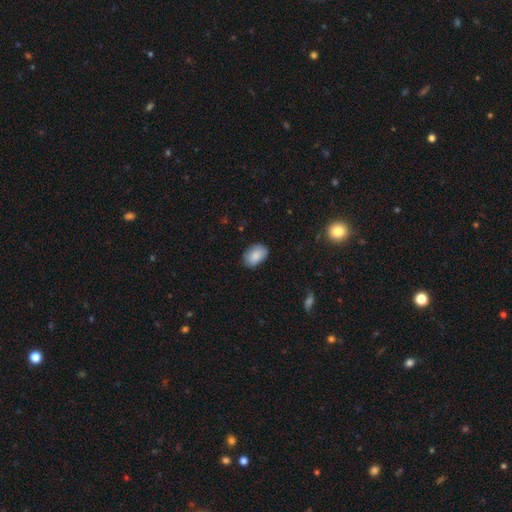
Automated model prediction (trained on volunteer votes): This appears to be a smooth galaxy with no disk features (86%) that is in between round and cigar-shaped (89%). Merging: none (79%).